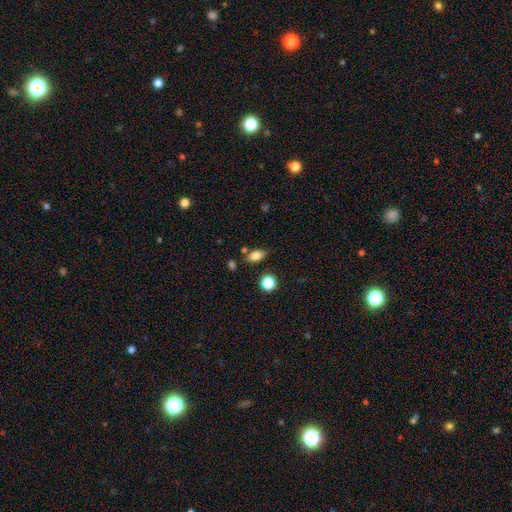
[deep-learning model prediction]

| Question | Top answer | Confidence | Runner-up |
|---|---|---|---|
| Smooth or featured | smooth | 80% | star or artifact (10%) |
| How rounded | in between | 81% | round (14%) |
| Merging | none | 74% | minor disturbance (15%) |